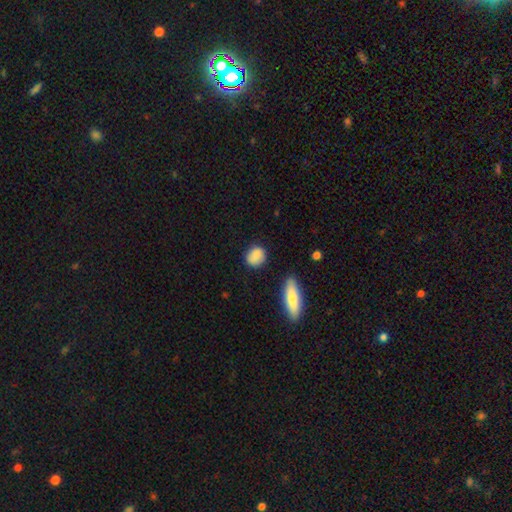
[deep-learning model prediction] The model was most divided on "how rounded": round: 63%, in between: 34%, cigar-shaped: 3%. More confident: smooth or featured — smooth (85%); merging — none (78%).